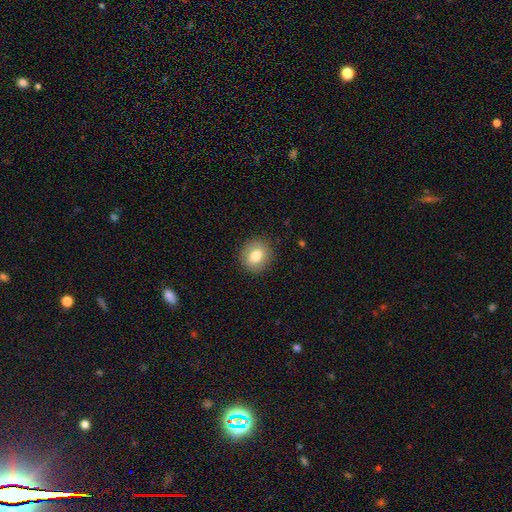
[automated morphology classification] Smooth or featured? smooth (80%)
How rounded? round (77%)
Merging? none (89%)